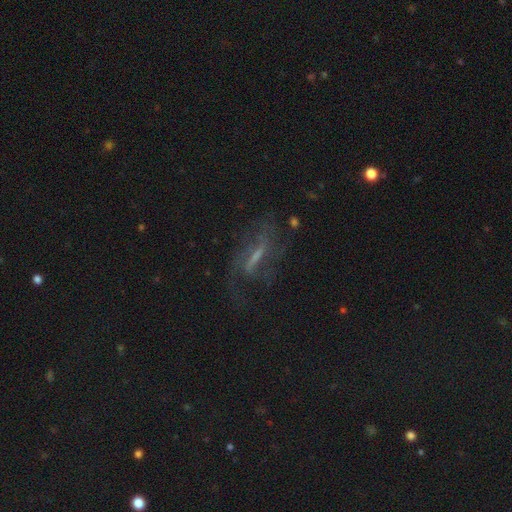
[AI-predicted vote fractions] smooth-or-featured: featured or disk: 68% | smooth: 19% | star or artifact: 13%
  disk-edge-on: no: 74% | yes: 26%
    bar: strong: 51% | weak: 33% | no: 16%
    has-spiral-arms: yes: 78% | no: 22%
    bulge-size: none: 35% | small: 34% | moderate: 24% | large: 5% | dominant: 2%
  merging: none: 56% | major disturbance: 23% | minor disturbance: 19% | merger: 2%